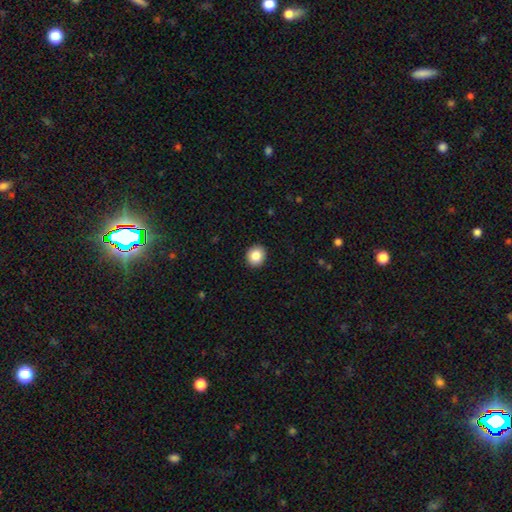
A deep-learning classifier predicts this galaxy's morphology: A smooth galaxy with no disk features (86%) that is round (83%). Merging: none (92%).